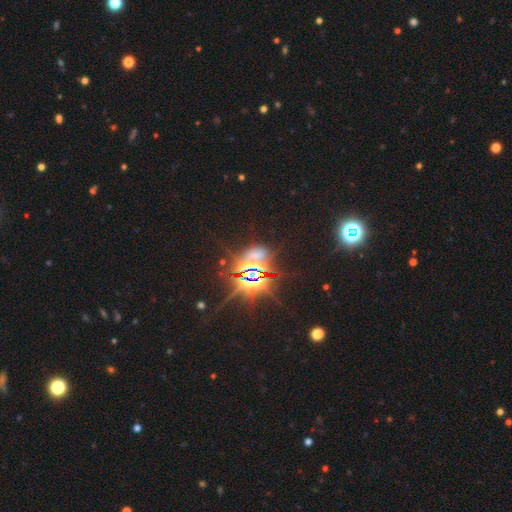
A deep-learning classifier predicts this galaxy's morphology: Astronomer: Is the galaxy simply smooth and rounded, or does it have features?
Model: star or artifact — 77%.